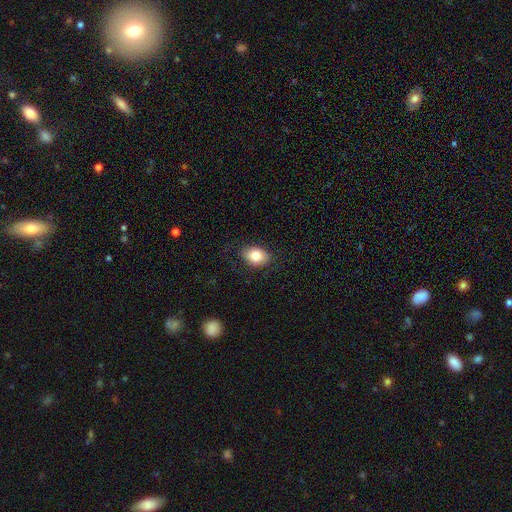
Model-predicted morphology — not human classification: Smooth or featured? smooth (82%)
How rounded? in between (78%)
Merging? none (83%)